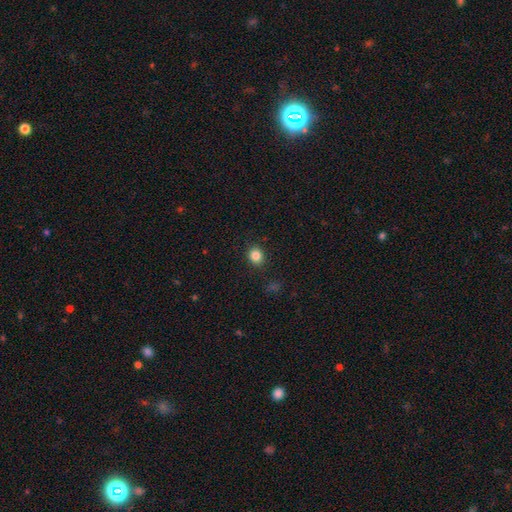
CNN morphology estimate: smooth_or_featured: smooth (p=0.84) [alt: star or artifact p=0.11]
how_rounded: round (p=0.75) [alt: in between p=0.24]
merging: none (p=0.90) [alt: minor disturbance p=0.07]